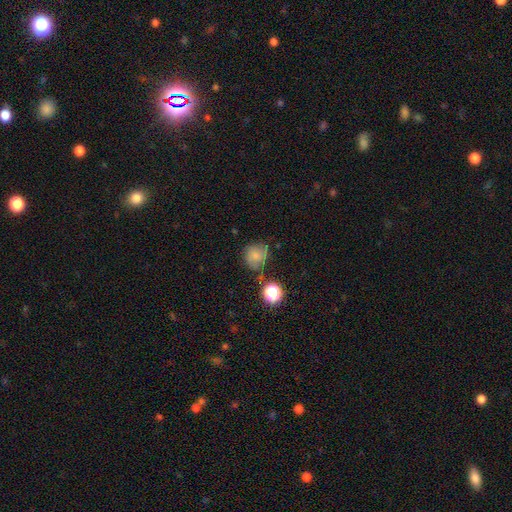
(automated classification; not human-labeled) Overall: smooth (62%; featured or disk 23%). How rounded: round (81%). Merging: none (58%; minor disturbance 27%).